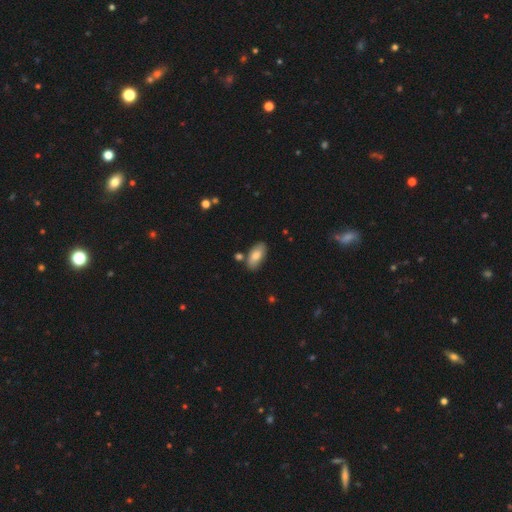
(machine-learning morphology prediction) smooth_or_featured: smooth (p=0.78) [alt: featured or disk p=0.15]
how_rounded: in between (p=0.91) [alt: cigar-shaped p=0.07]
merging: none (p=0.77) [alt: minor disturbance p=0.13]